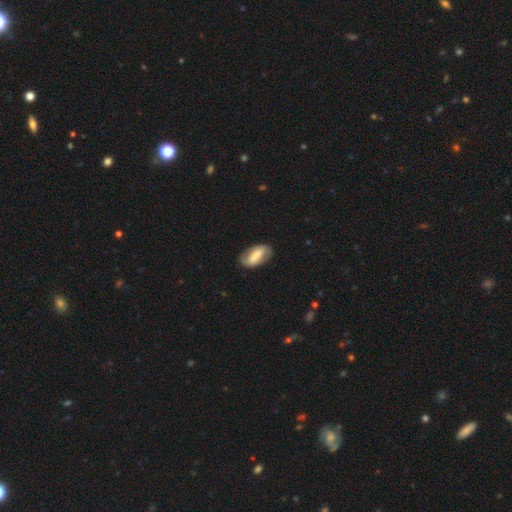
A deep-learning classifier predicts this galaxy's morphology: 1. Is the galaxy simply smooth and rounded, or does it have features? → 54% smooth, 40% featured or disk, 6% star or artifact.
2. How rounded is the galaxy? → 89% in between, 7% cigar-shaped, 4% round.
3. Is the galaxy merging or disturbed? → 78% none, 16% minor disturbance, 4% major disturbance, 1% merger.